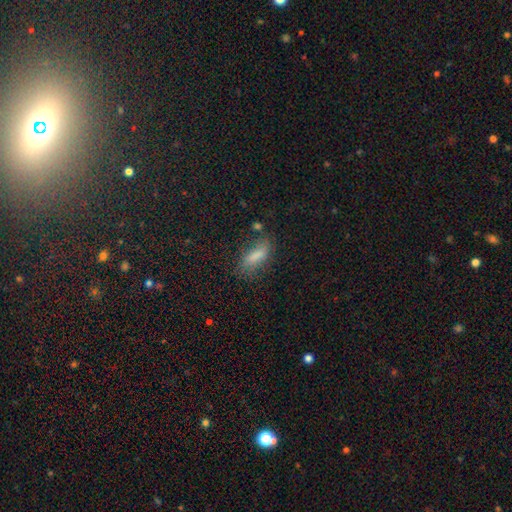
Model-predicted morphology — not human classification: A smooth galaxy with no disk features (68%) that is in between round and cigar-shaped (54%).

Vote fractions:
- Smooth or featured? smooth: 68% / featured or disk: 16% / star or artifact: 15%
- How rounded? in between: 54% / cigar-shaped: 42% / round: 4%
- Merging? none: 67% / minor disturbance: 20% / major disturbance: 8% / merger: 4%